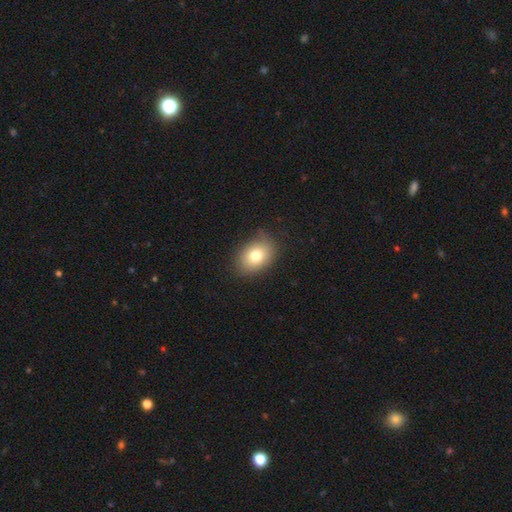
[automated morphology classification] Smooth or featured: smooth — 78% (featured or disk — 13%)
How rounded: in between — 73% (round — 26%)
Merging: none — 78% (minor disturbance — 17%)